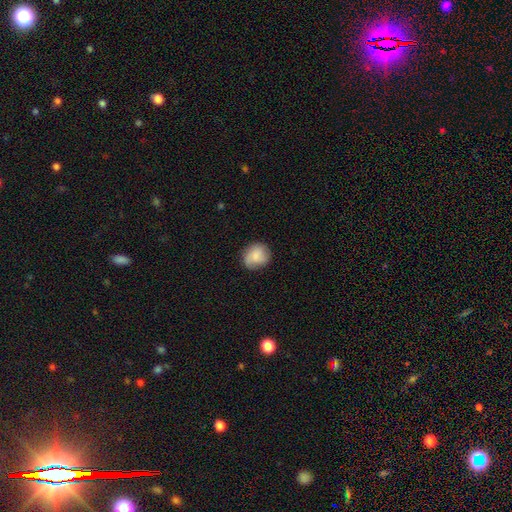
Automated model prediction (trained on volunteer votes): Q: Smooth or featured?
A: smooth (74%); runner-up: featured or disk (18%)
Q: How rounded?
A: round (78%); runner-up: in between (21%)
Q: Merging?
A: none (75%); runner-up: minor disturbance (19%)